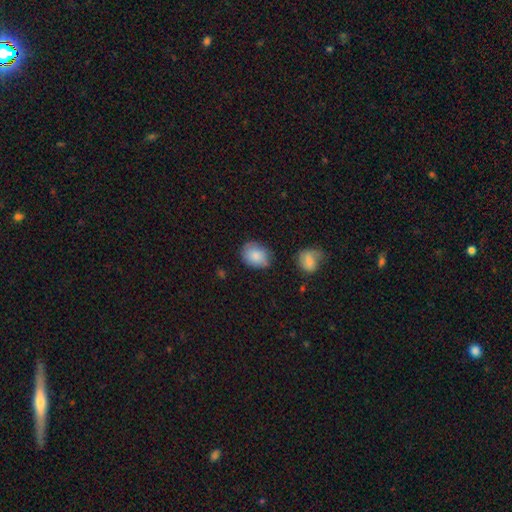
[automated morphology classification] Smooth or featured: smooth — 84% (featured or disk — 9%)
How rounded: in between — 61% (round — 37%)
Merging: none — 69% (minor disturbance — 23%)